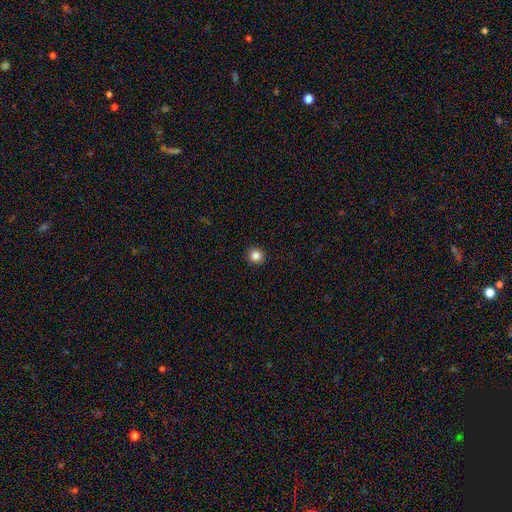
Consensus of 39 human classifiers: Q: Smooth or featured?
A: smooth (90%); runner-up: featured or disk (5%)
Q: How rounded?
A: round (97%); runner-up: in between (3%)
Q: Merging?
A: none (97%); runner-up: minor disturbance (3%)